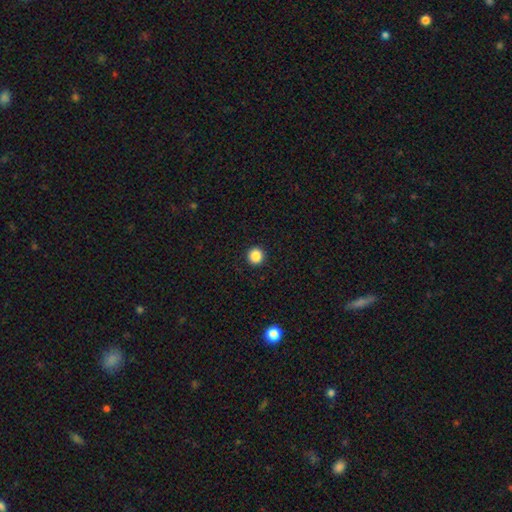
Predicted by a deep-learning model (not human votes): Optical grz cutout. It shows a smooth galaxy with no disk features (86%) that is round (95%). Merging: none (94%).